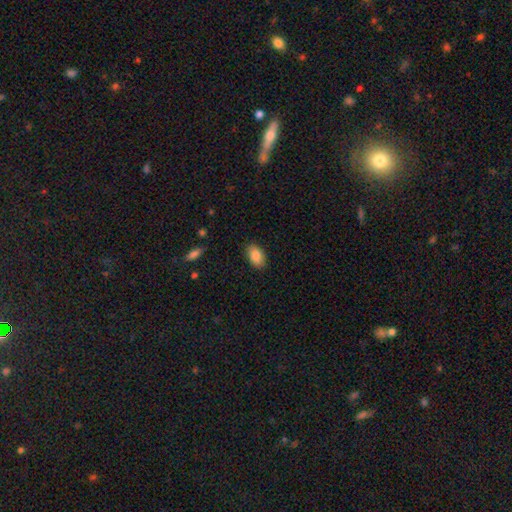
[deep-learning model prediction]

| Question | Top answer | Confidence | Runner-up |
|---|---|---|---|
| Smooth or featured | smooth | 85% | featured or disk (8%) |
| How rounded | in between | 91% | round (7%) |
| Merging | none | 87% | minor disturbance (10%) |